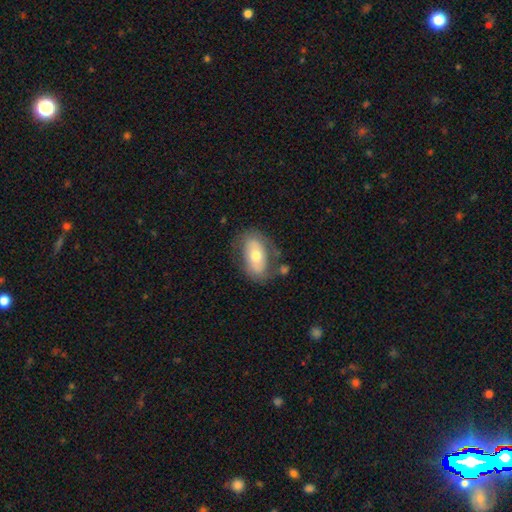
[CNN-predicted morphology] The model was most divided on "smooth or featured": smooth: 48%, featured or disk: 46%, star or artifact: 6%. More confident: merging — none (63%).